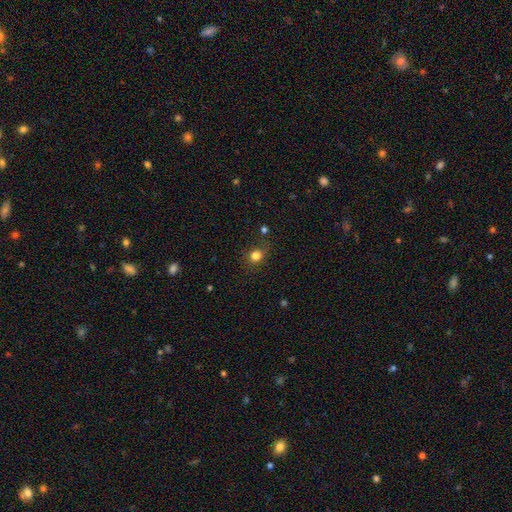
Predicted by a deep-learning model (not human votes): A smooth galaxy with no disk features (80%) that is round (78%). Merging: none (75%).